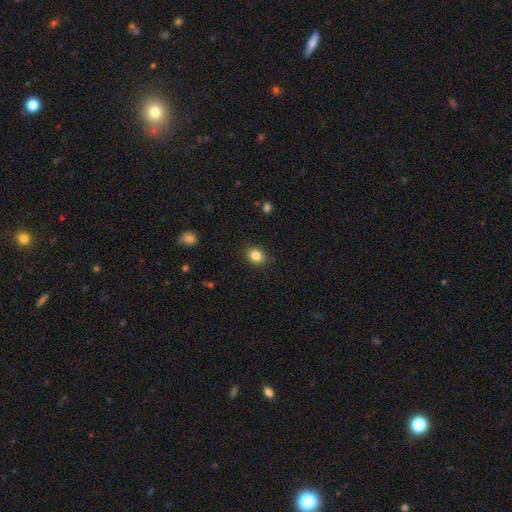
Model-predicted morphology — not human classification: smooth 84%, star or artifact 10%, featured or disk 6%. Down the decision tree: how rounded — in between (50%); merging — none (87%).